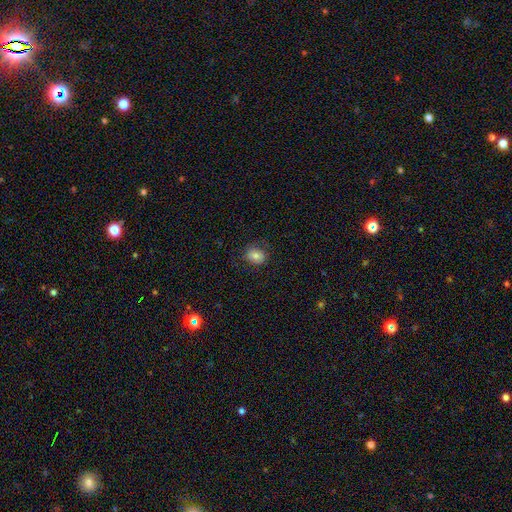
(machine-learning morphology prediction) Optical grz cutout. It shows a smooth galaxy with no disk features (78%) that is round (64%). Merging: none (80%).